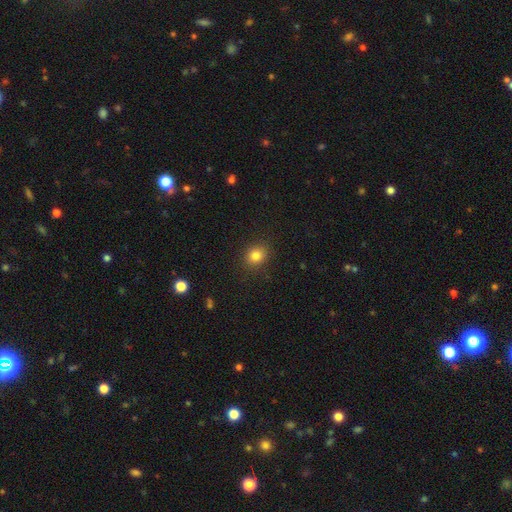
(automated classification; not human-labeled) smooth 83%, star or artifact 12%, featured or disk 6%. Down the decision tree: how rounded — round (66%); merging — none (87%).